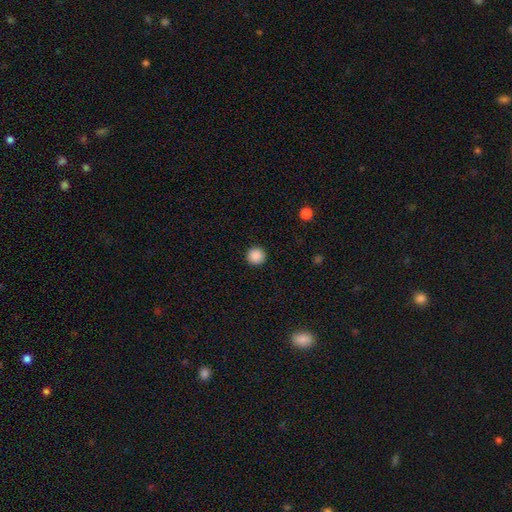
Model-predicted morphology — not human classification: smooth_or_featured: smooth (p=0.89) [alt: star or artifact p=0.09]
how_rounded: round (p=0.95) [alt: in between p=0.04]
merging: none (p=0.93) [alt: minor disturbance p=0.04]